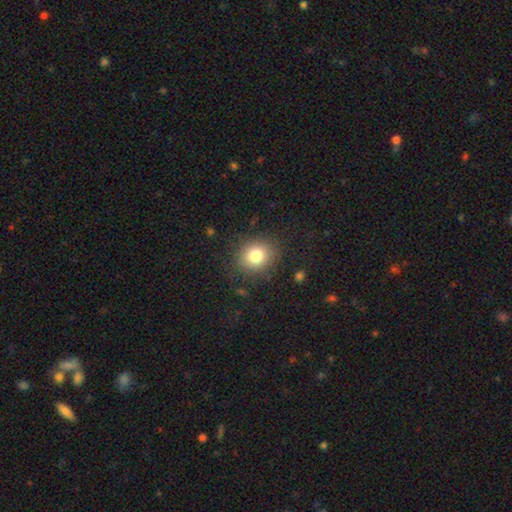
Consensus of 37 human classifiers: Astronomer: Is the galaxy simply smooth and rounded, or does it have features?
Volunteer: smooth — 95%.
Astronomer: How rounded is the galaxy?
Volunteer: round — 91%.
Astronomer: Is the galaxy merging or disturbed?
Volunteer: none — 89%.